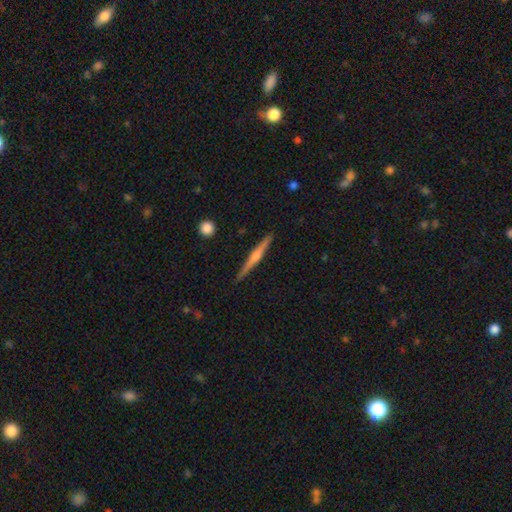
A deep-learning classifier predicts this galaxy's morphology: featured or disk 69%, smooth 26%, star or artifact 5%. Down the decision tree: edge-on disk — yes (98%); edge-on bulge — rounded (79%); merging — none (91%).